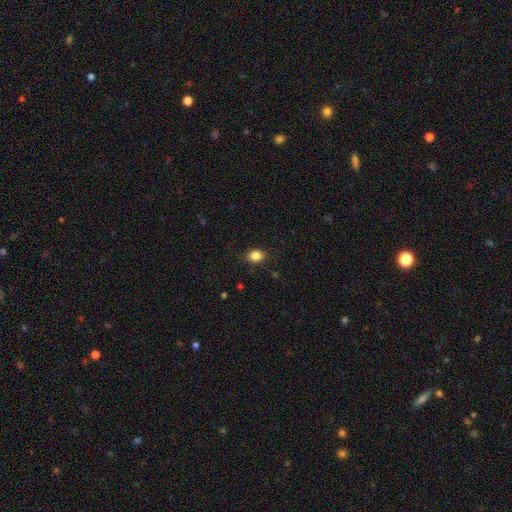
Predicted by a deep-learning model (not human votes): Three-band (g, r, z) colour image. It shows a smooth galaxy with no disk features (86%) that is in between round and cigar-shaped (53%). Merging: none (86%).